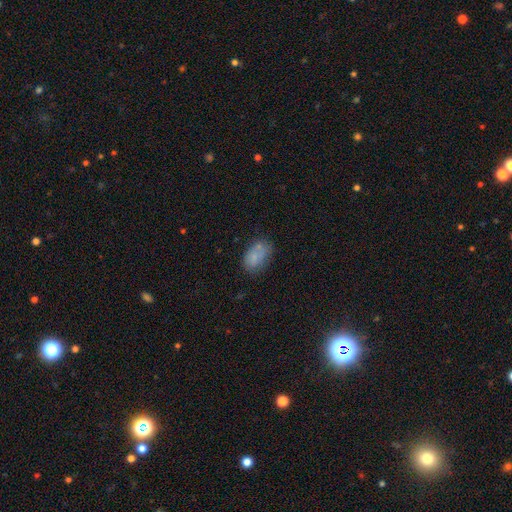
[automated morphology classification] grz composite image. It shows a smooth galaxy with no disk features (75%) that is in between round and cigar-shaped (90%). Merging: none (60%).